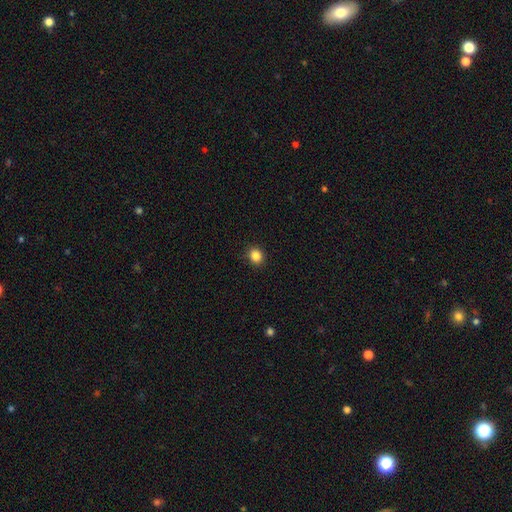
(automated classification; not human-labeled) smooth_or_featured: smooth (p=0.85) [alt: star or artifact p=0.11]
how_rounded: round (p=0.77) [alt: in between p=0.23]
merging: none (p=0.91) [alt: minor disturbance p=0.06]